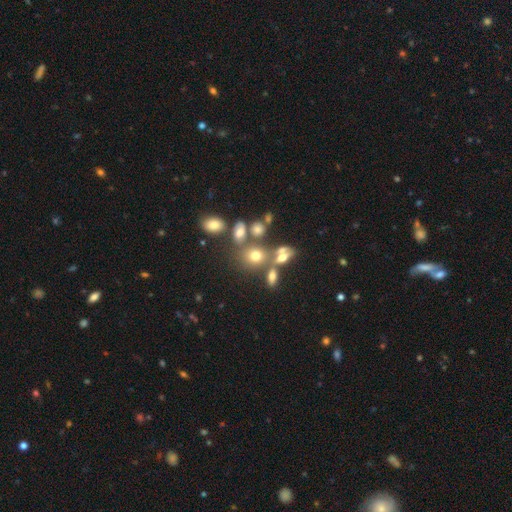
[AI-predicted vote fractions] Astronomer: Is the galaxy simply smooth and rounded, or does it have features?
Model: smooth — 59%.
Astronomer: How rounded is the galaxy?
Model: round — 65%.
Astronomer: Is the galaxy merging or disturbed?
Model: none — 48% (runner-up: merger, 33%).